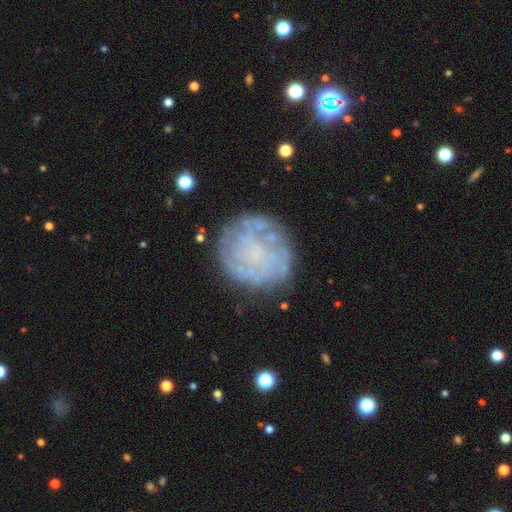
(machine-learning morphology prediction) featured or disk 60%, smooth 29%, star or artifact 11%. Down the decision tree: edge-on disk — no (98%); bar — no (82%); spiral arms — yes (58%); bulge size — none (63%); merging — none (75%).